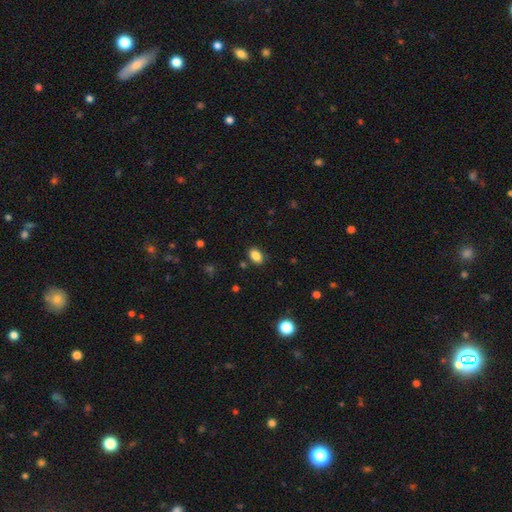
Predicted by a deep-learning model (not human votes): Smooth or featured: smooth — 86% (star or artifact — 9%)
How rounded: in between — 87% (round — 11%)
Merging: none — 85% (minor disturbance — 10%)